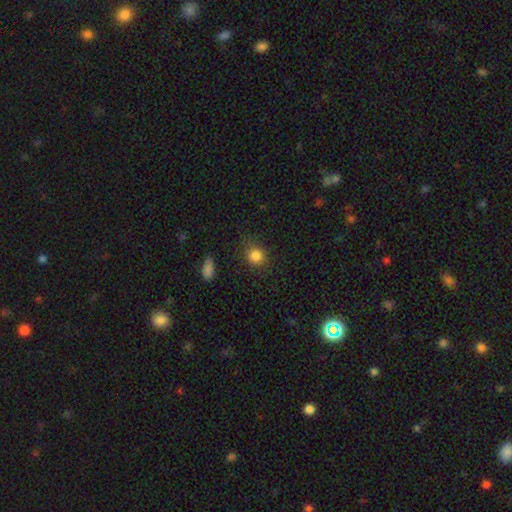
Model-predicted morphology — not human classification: smooth 84%, star or artifact 11%, featured or disk 4%. Down the decision tree: how rounded — round (83%); merging — none (79%).